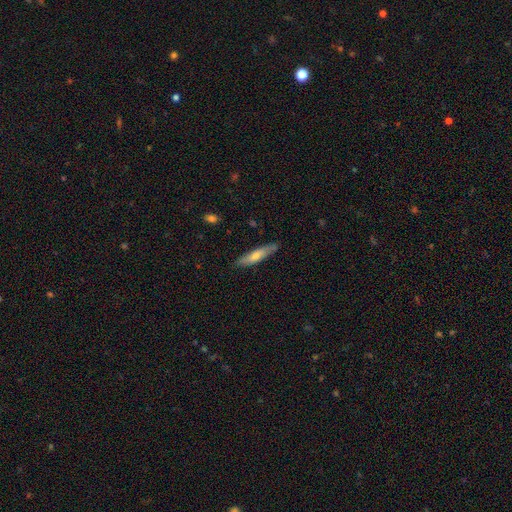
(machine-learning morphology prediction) This is likely a smooth galaxy (63%). How rounded: clearly cigar-shaped (82%). Merging: clearly none (81%).